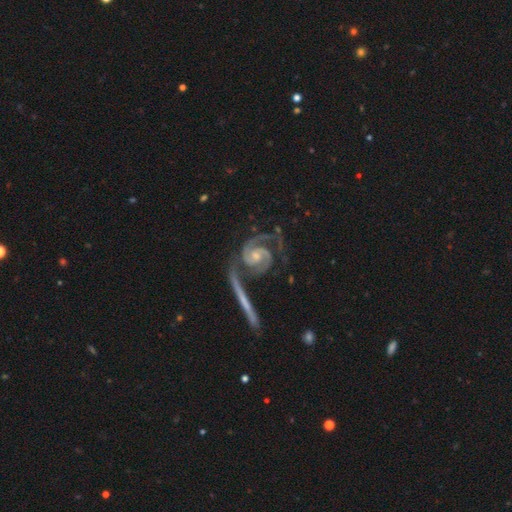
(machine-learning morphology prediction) Smooth or featured? featured or disk (93%)
Edge-on disk? no (96%)
Bar? no (51%)
Spiral arms? yes (98%)
Spiral winding? tight (49%)
Spiral arm count? 2 (88%)
Bulge size? small (52%)
Merging? none (57%)